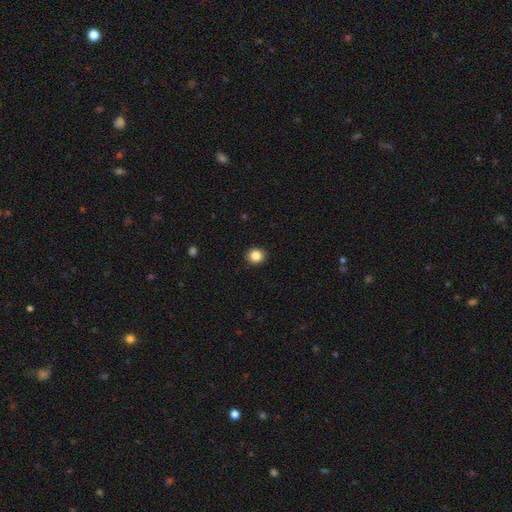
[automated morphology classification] smooth-or-featured: smooth: 85% | star or artifact: 10% | featured or disk: 5%
  how-rounded: round: 85% | in between: 14% | cigar-shaped: 1%
  merging: none: 92% | minor disturbance: 5% | major disturbance: 2% | merger: 1%